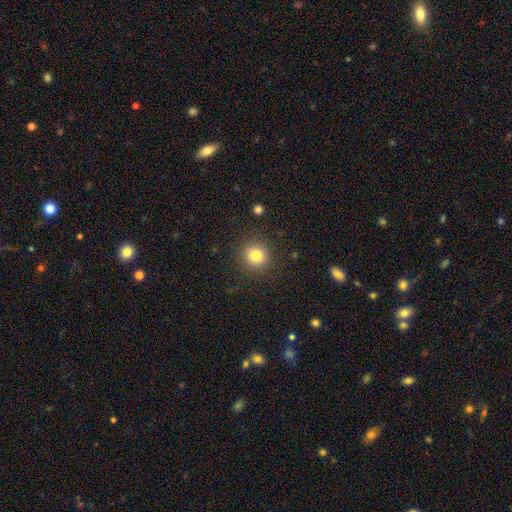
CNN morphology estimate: A smooth galaxy with no disk features (81%) that is round (93%).

Vote fractions:
- Smooth or featured? smooth: 81% / star or artifact: 12% / featured or disk: 7%
- How rounded? round: 93% / in between: 6% / cigar-shaped: 1%
- Merging? none: 90% / minor disturbance: 6% / major disturbance: 3% / merger: 1%